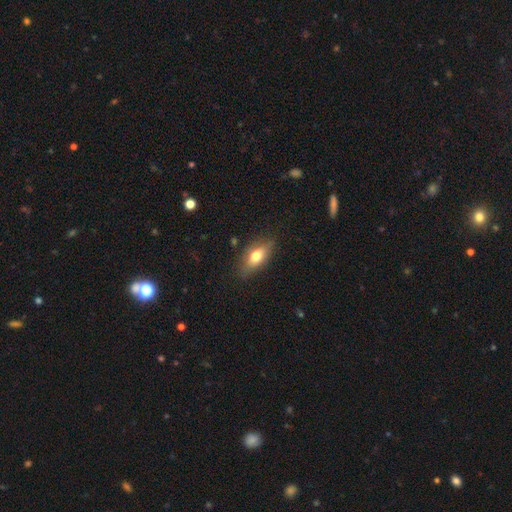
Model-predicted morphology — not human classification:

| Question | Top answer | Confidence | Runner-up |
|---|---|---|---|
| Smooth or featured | smooth | 65% | featured or disk (27%) |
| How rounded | in between | 77% | cigar-shaped (17%) |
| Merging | none | 80% | minor disturbance (15%) |